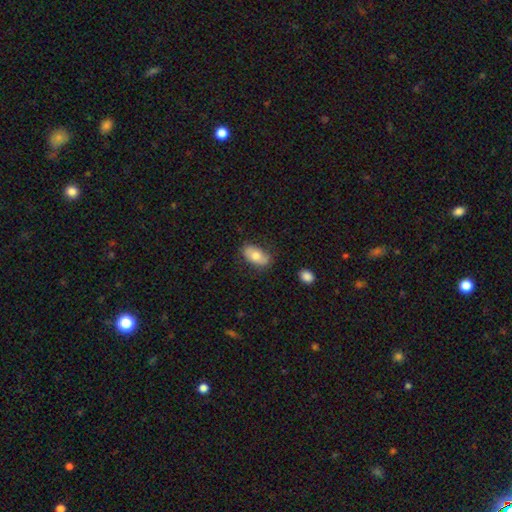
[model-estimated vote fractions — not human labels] Morphology: type=smooth (70%); roundness=in between (92%); merging=none (77%).